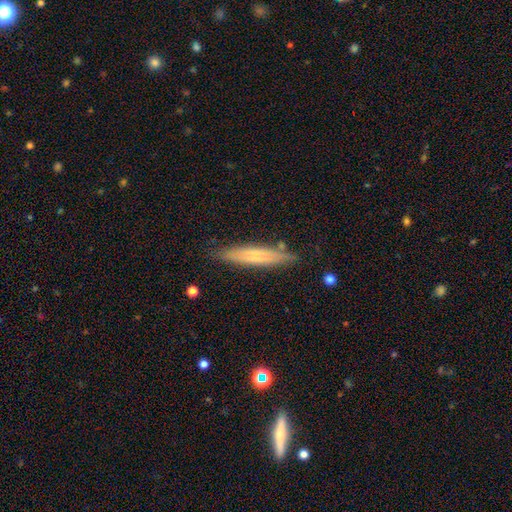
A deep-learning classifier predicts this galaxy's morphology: Overall: smooth (58%; featured or disk 35%). How rounded: cigar-shaped (88%). Merging: none (82%).